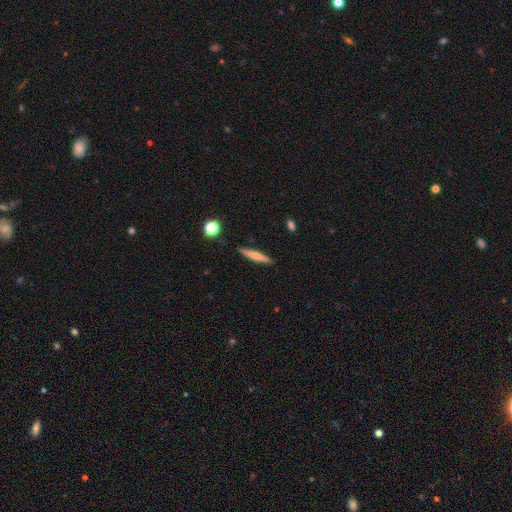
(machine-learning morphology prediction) A smooth galaxy with no disk features (62%) that is cigar-shaped (92%). Merging: none (88%).